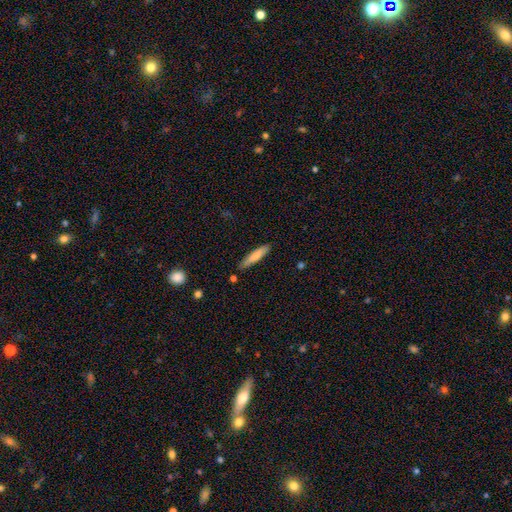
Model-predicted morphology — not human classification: Overall: smooth (75%). How rounded: cigar-shaped (87%). Merging: none (85%).